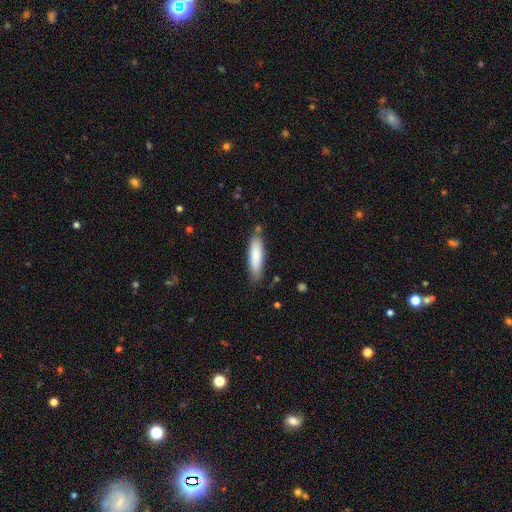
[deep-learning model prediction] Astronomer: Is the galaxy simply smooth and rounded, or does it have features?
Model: smooth — 83%.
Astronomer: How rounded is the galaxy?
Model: cigar-shaped — 65%.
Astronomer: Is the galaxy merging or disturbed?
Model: none — 81%.